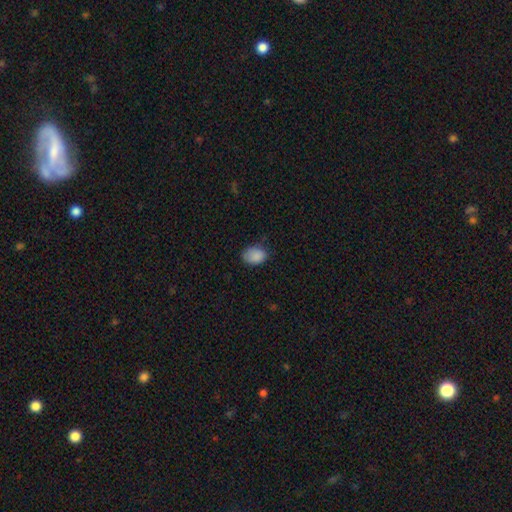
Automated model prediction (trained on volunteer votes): Smooth or featured: smooth — 87% (star or artifact — 9%)
How rounded: in between — 72% (round — 27%)
Merging: none — 65% (minor disturbance — 28%)